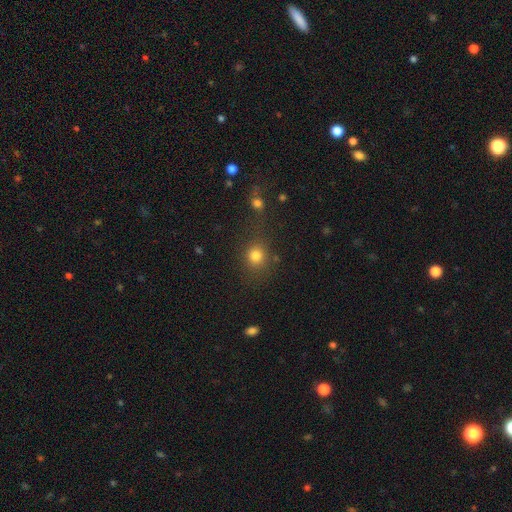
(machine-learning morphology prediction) Smooth or featured? smooth (79%)
How rounded? round (82%)
Merging? none (64%)